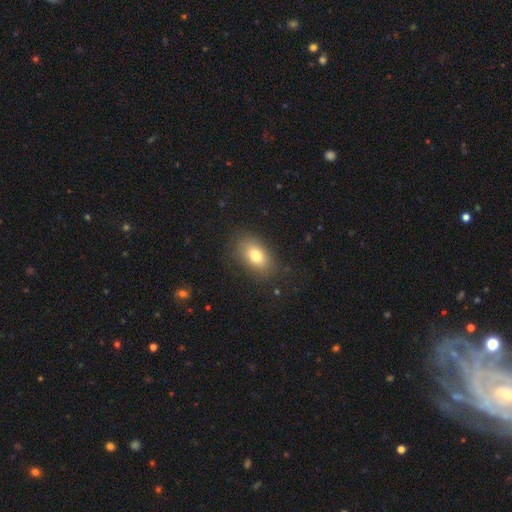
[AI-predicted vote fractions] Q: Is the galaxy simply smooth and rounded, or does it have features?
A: smooth — 79%.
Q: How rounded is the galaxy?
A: in between — 88%.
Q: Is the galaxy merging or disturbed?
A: none — 83%.